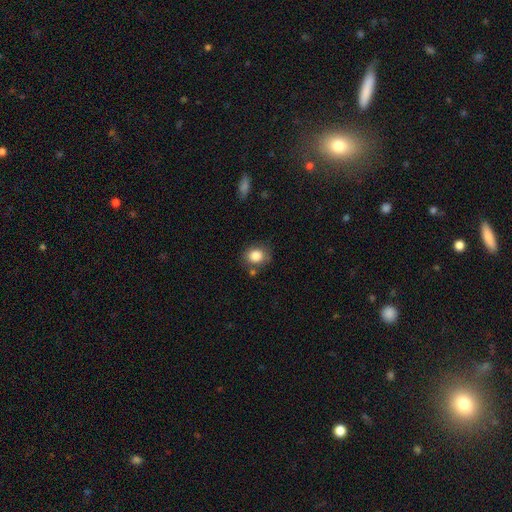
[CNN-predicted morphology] Q: Smooth or featured?
A: smooth (84%); runner-up: star or artifact (9%)
Q: How rounded?
A: round (63%); runner-up: in between (36%)
Q: Merging?
A: none (72%); runner-up: minor disturbance (16%)